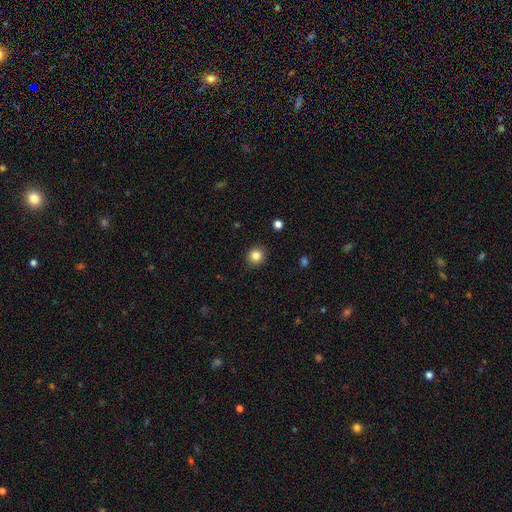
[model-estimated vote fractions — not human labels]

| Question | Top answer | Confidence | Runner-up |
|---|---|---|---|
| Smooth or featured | smooth | 84% | star or artifact (11%) |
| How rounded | round | 92% | in between (7%) |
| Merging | none | 92% | minor disturbance (5%) |